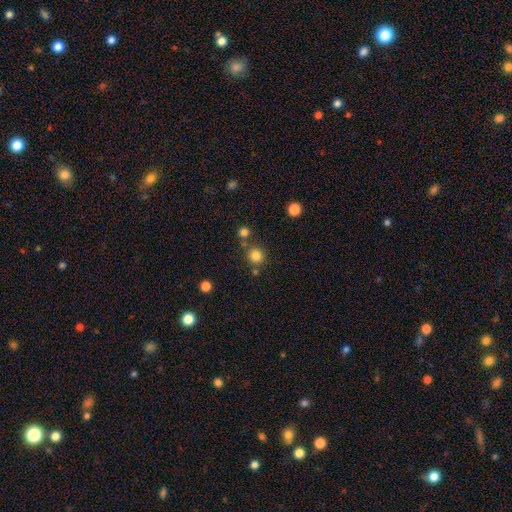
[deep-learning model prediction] smooth-or-featured: smooth: 82% | star or artifact: 13% | featured or disk: 5%
  how-rounded: round: 93% | in between: 6% | cigar-shaped: 1%
  merging: none: 77% | merger: 11% | minor disturbance: 8% | major disturbance: 3%